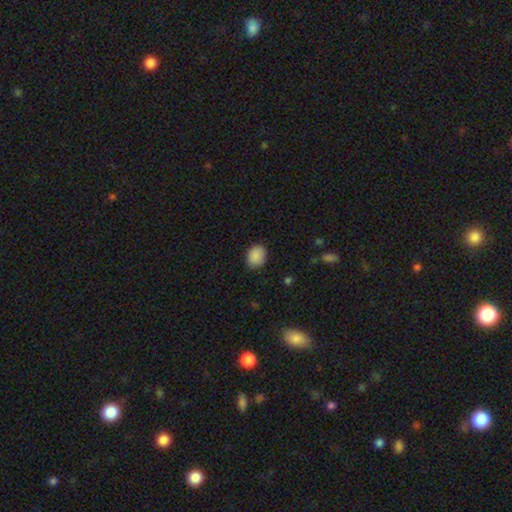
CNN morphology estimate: Overall: smooth (88%). How rounded: round (51%; in between 48%). Merging: none (85%).